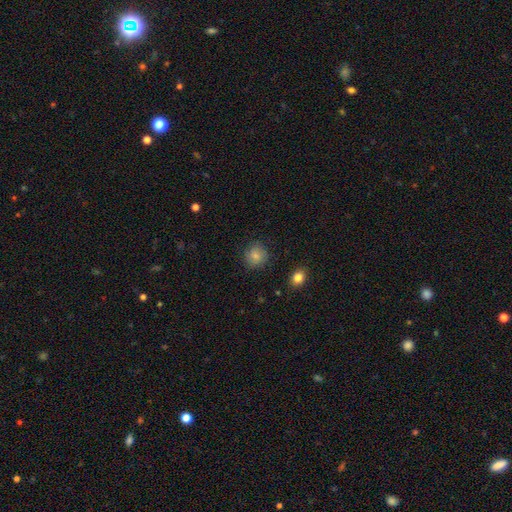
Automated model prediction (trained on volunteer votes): Smooth or featured? smooth (81%)
How rounded? round (85%)
Merging? none (84%)